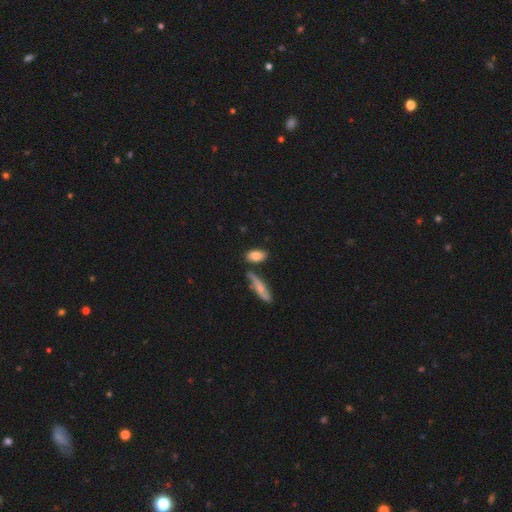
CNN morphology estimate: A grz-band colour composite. It shows a smooth galaxy with no disk features (79%) that is in between round and cigar-shaped (84%). Merging: none (69%).